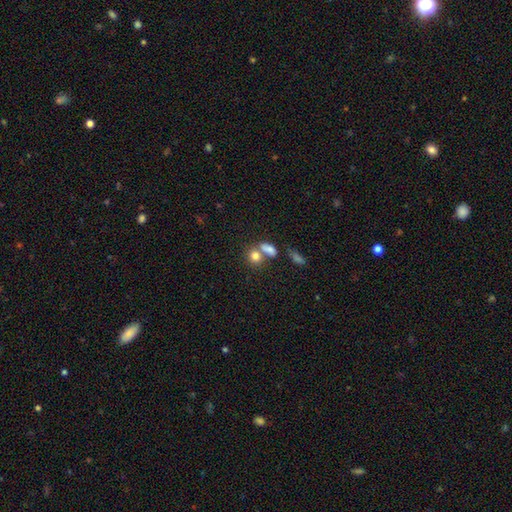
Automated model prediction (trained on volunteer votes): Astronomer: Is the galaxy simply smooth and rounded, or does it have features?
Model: smooth — 79%.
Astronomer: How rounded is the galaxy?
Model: round — 58% (runner-up: in between, 40%).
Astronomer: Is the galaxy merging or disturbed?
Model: merger — 49% (runner-up: none, 38%).